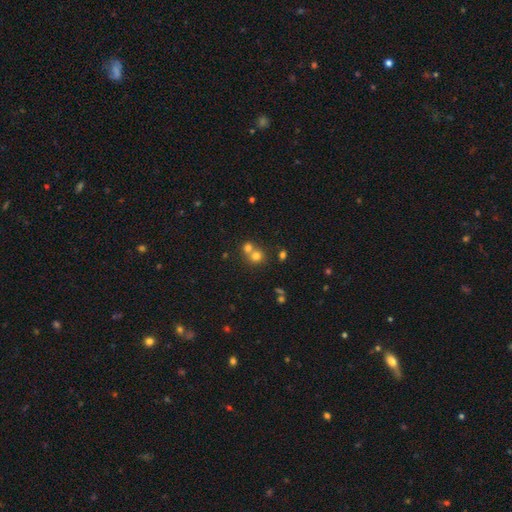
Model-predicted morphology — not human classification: smooth-or-featured: smooth: 72% | star or artifact: 15% | featured or disk: 13%
  how-rounded: round: 81% | in between: 18% | cigar-shaped: 1%
  merging: merger: 55% | none: 37% | minor disturbance: 5% | major disturbance: 2%